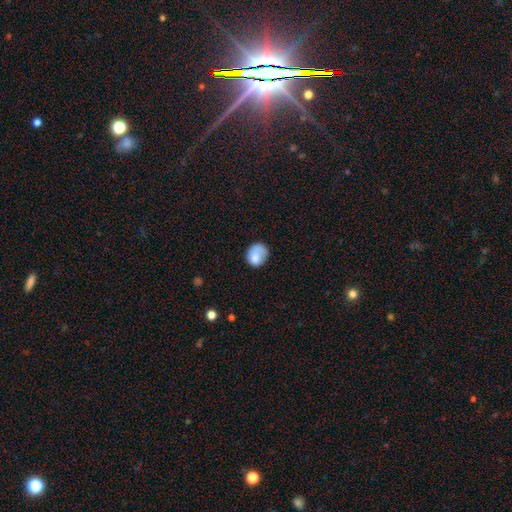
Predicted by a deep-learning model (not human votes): Smooth or featured?
  - smooth: 79% *
  - featured or disk: 13%
  - star or artifact: 8%
How rounded?
  - round: 60% *
  - in between: 39%
  - cigar-shaped: 1%
Merging?
  - none: 54% *
  - minor disturbance: 27%
  - major disturbance: 15%
  - merger: 4%